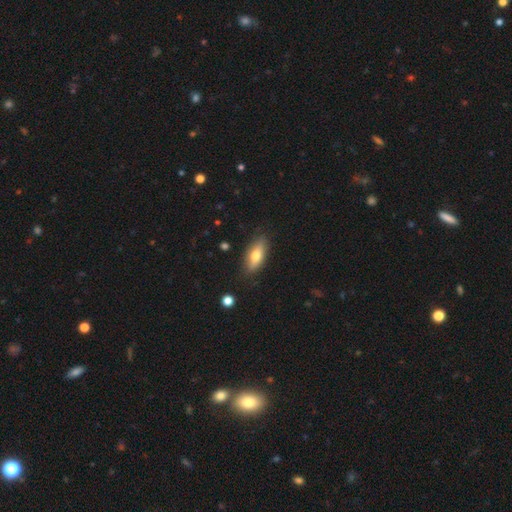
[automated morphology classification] A smooth galaxy with no disk features (68%) that is in between round and cigar-shaped (76%).

Vote fractions:
- Smooth or featured? smooth: 68% / featured or disk: 25% / star or artifact: 6%
- How rounded? in between: 76% / cigar-shaped: 21% / round: 3%
- Merging? none: 83% / minor disturbance: 13% / major disturbance: 3% / merger: 1%